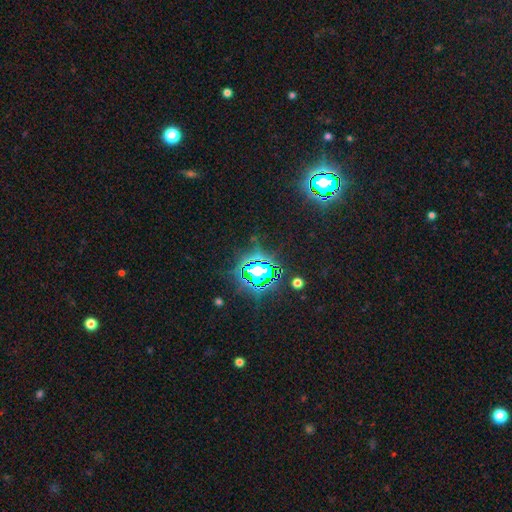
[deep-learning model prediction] Smooth or featured? Predicted: star or artifact (p=0.85).